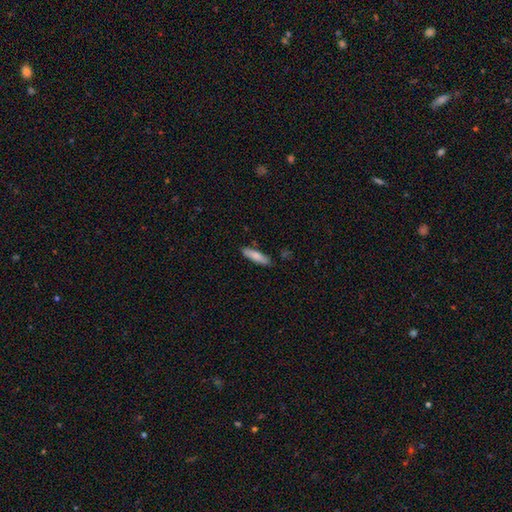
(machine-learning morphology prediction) A smooth galaxy with no disk features (79%) that is cigar-shaped (69%). Merging: none (84%).